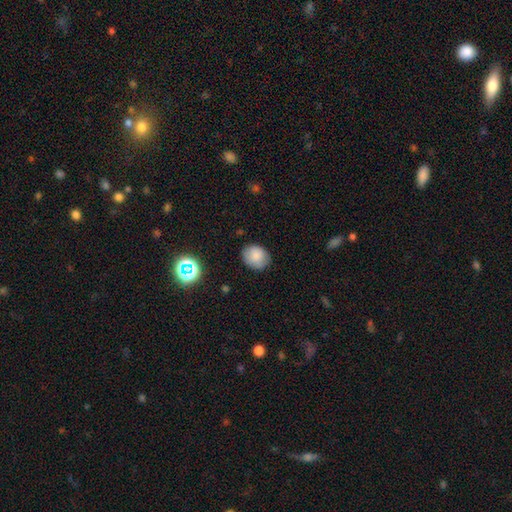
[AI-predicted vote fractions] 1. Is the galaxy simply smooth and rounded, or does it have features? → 82% smooth, 10% star or artifact, 8% featured or disk.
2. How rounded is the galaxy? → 57% round, 42% in between, 1% cigar-shaped.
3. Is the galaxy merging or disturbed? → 80% none, 15% minor disturbance, 3% major disturbance, 1% merger.